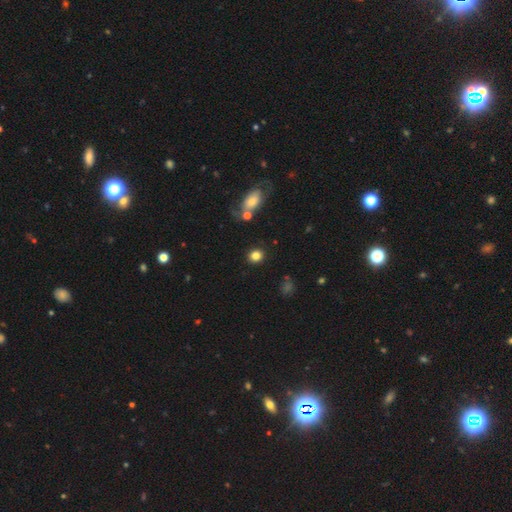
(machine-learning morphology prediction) The model was most divided on "how rounded": round: 82%, in between: 17%, cigar-shaped: 1%. More confident: merging — none (85%); smooth or featured — smooth (83%).